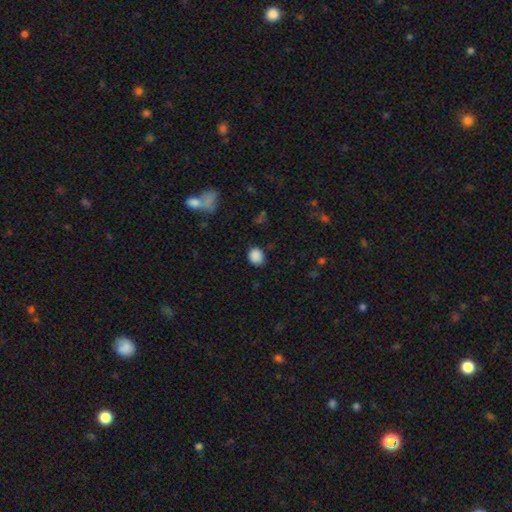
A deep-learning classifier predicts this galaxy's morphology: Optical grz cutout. It shows a smooth galaxy with no disk features (87%) that is round (66%). Merging: none (83%).